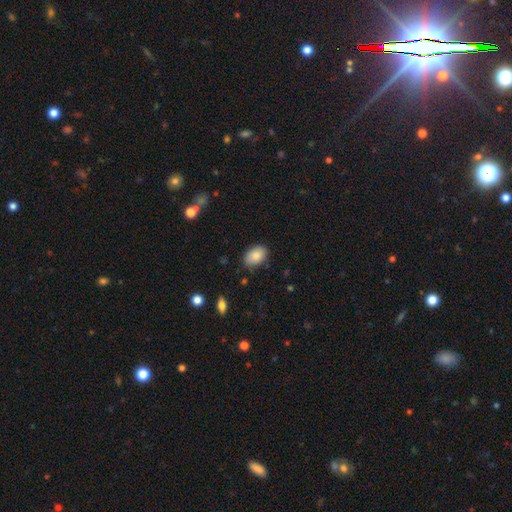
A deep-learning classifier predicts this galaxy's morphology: Smooth or featured: smooth — 85% (featured or disk — 8%)
How rounded: in between — 88% (round — 11%)
Merging: none — 84% (minor disturbance — 12%)